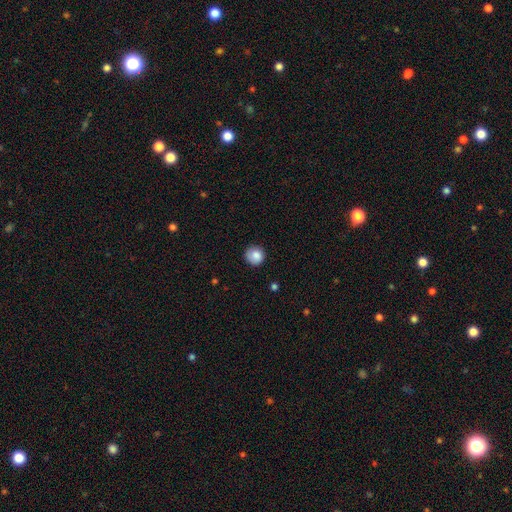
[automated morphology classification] type=smooth (85%); roundness=round (92%); merging=none (81%).